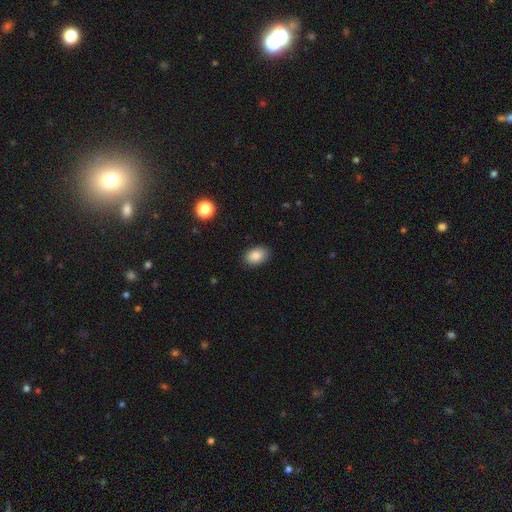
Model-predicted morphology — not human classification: Overall: smooth (86%). How rounded: in between (83%). Merging: none (88%).